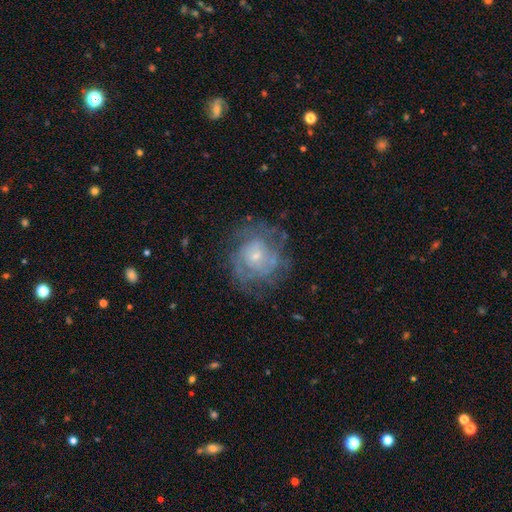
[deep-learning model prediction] smooth-or-featured: featured or disk: 70% | smooth: 21% | star or artifact: 9%
  disk-edge-on: no: 98% | yes: 2%
    bar: no: 76% | weak: 20% | strong: 3%
    has-spiral-arms: yes: 75% | no: 25%
      spiral-winding: tight: 54% | medium: 33% | loose: 12%
      spiral-arm-count: can't tell: 52% | 2: 18% | 3: 12% | 4: 8% | more than 4: 5% | 1: 5%
    bulge-size: small: 68% | moderate: 25% | none: 3% | large: 2% | dominant: 1%
  merging: none: 68% | minor disturbance: 17% | major disturbance: 13% | merger: 2%